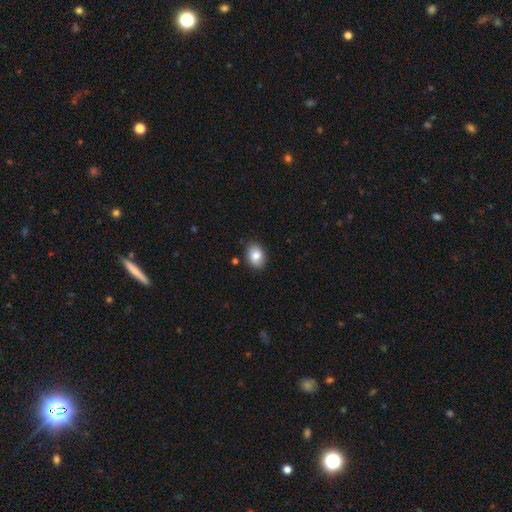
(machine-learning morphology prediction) A smooth galaxy with no disk features (84%) that is in between round and cigar-shaped (73%).

Vote fractions:
- Smooth or featured? smooth: 84% / featured or disk: 9% / star or artifact: 8%
- How rounded? in between: 73% / round: 26% / cigar-shaped: 1%
- Merging? none: 86% / minor disturbance: 10% / major disturbance: 2% / merger: 2%